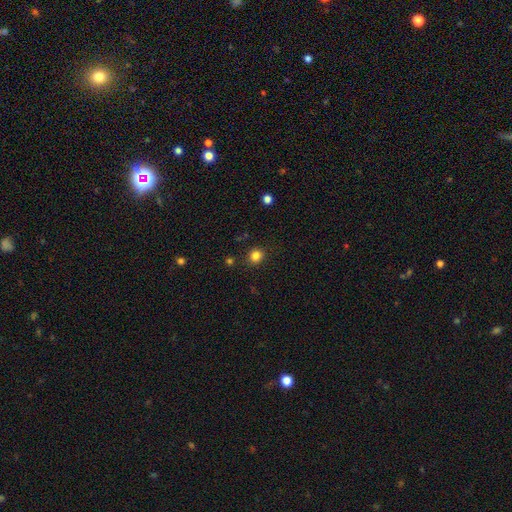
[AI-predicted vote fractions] Smooth or featured: smooth — 83% (star or artifact — 13%)
How rounded: round — 85% (in between — 14%)
Merging: none — 89% (minor disturbance — 7%)